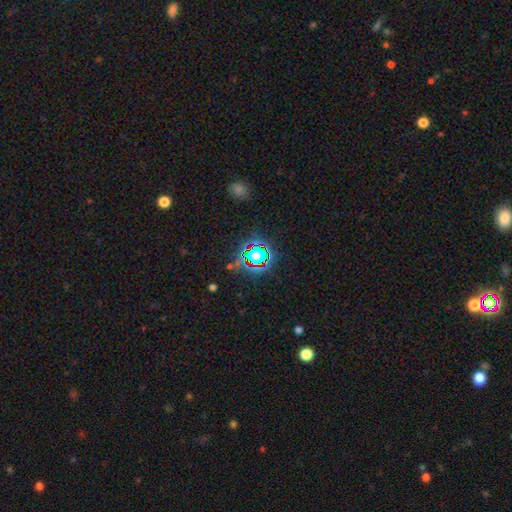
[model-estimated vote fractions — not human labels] Smooth or featured? star or artifact (68%)